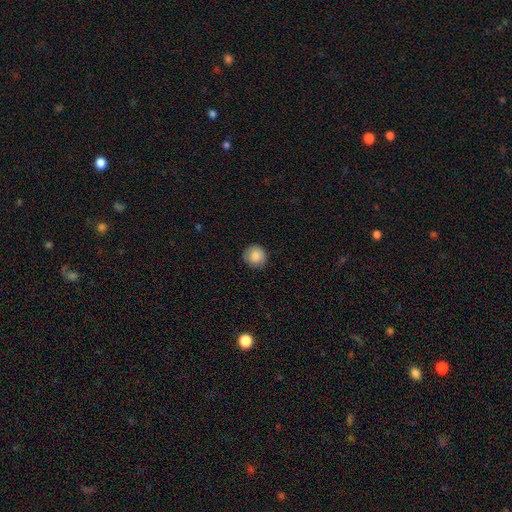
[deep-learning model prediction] A smooth galaxy with no disk features (87%) that is round (93%).

Vote fractions:
- Smooth or featured? smooth: 87% / star or artifact: 8% / featured or disk: 5%
- How rounded? round: 93% / in between: 6% / cigar-shaped: 1%
- Merging? none: 87% / minor disturbance: 10% / major disturbance: 2% / merger: 1%